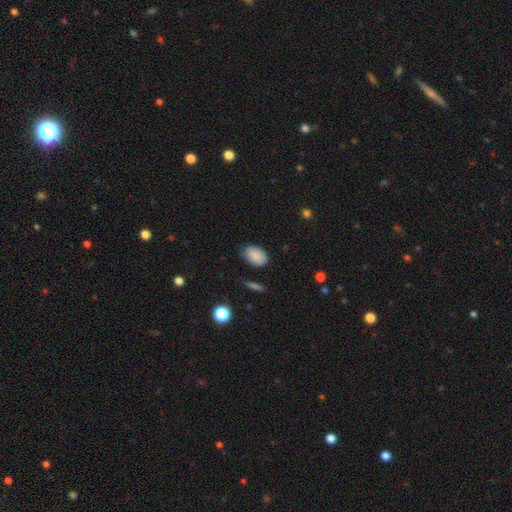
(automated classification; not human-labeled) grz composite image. It shows a smooth galaxy with no disk features (87%) that is in between round and cigar-shaped (90%). Merging: none (74%).